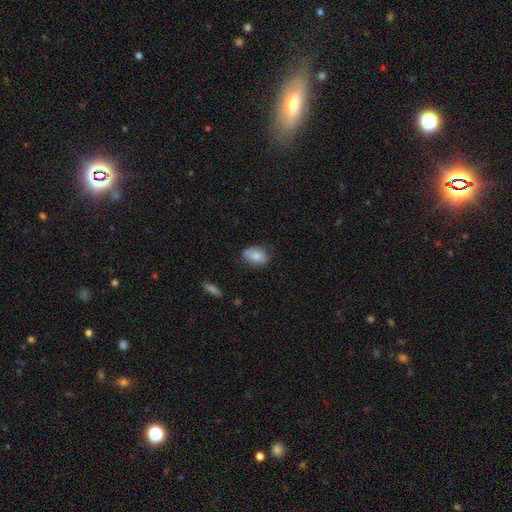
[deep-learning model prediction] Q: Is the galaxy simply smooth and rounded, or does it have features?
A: smooth — 75%.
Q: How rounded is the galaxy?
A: in between — 80%.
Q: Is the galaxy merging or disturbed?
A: none — 69%.